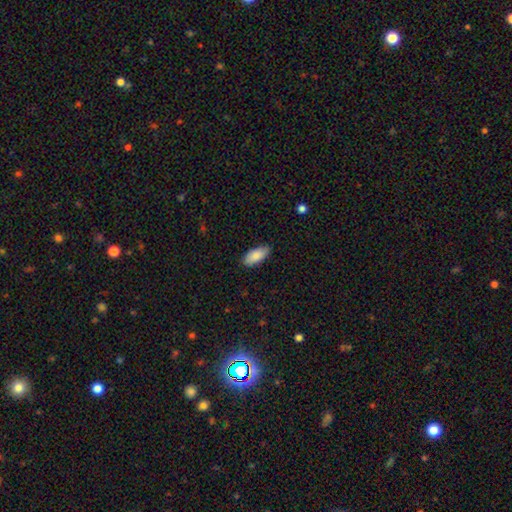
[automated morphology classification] A smooth galaxy with no disk features (86%) that is in between round and cigar-shaped (88%).

Vote fractions:
- Smooth or featured? smooth: 86% / featured or disk: 8% / star or artifact: 6%
- How rounded? in between: 88% / cigar-shaped: 10% / round: 2%
- Merging? none: 83% / minor disturbance: 14% / major disturbance: 2% / merger: 1%